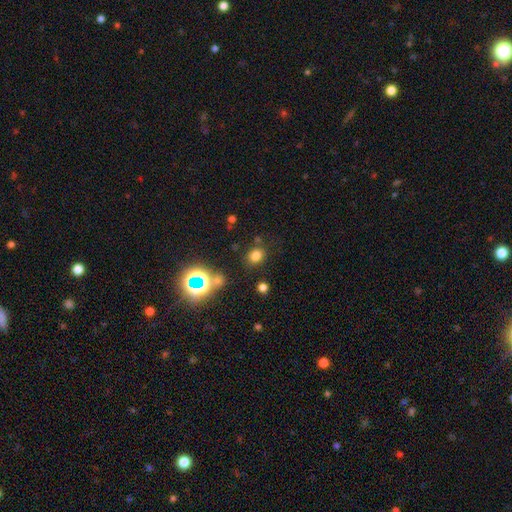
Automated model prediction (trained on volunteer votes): Smooth or featured: smooth — 72% (star or artifact — 21%)
How rounded: round — 54% (in between — 45%)
Merging: none — 79% (minor disturbance — 11%)